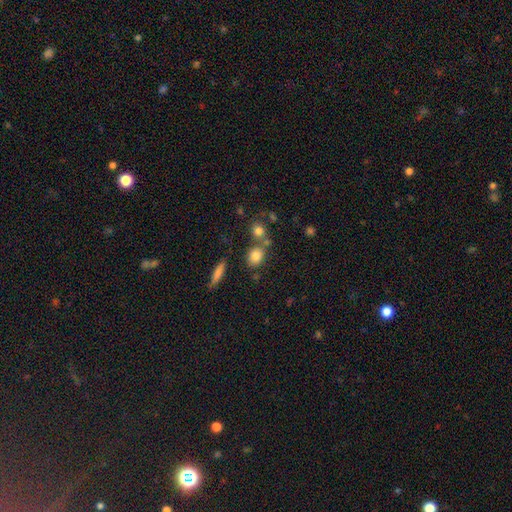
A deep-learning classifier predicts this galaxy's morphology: Overall: smooth (81%). How rounded: round (56%; in between 41%). Merging: none (62%; merger 23%).